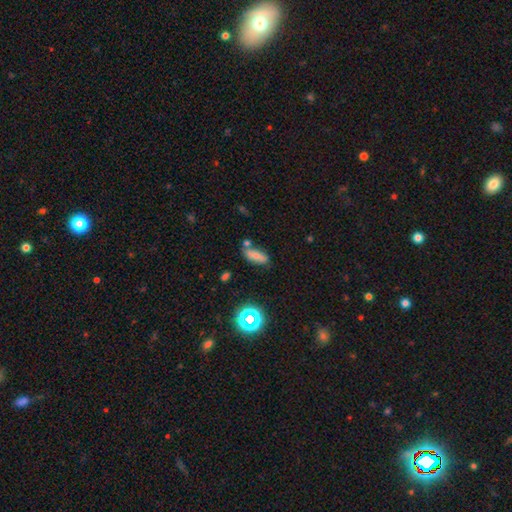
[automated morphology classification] A smooth galaxy with no disk features (67%) that is in between round and cigar-shaped (66%). Merging: none (64%).